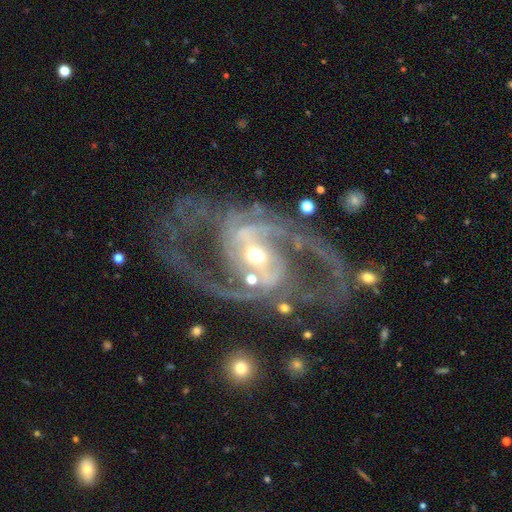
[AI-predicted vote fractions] A featured or disk galaxy (93%) with a strong bar (45%), 2 (83%) medium (58%) spiral arms (98%) and a moderate central bulge (56%). Merging: none (60%).